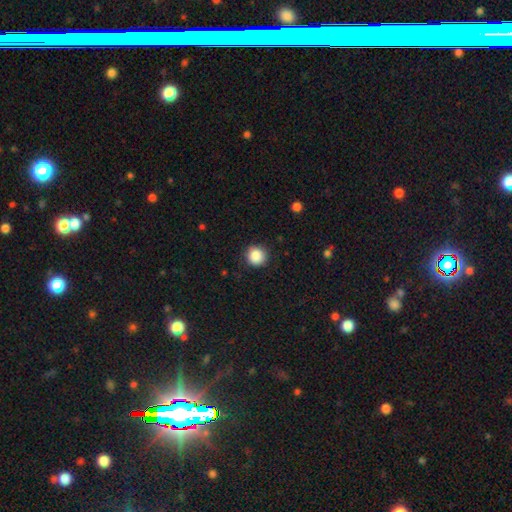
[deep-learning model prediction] smooth 87%, star or artifact 9%, featured or disk 3%. Down the decision tree: how rounded — round (94%); merging — none (87%).